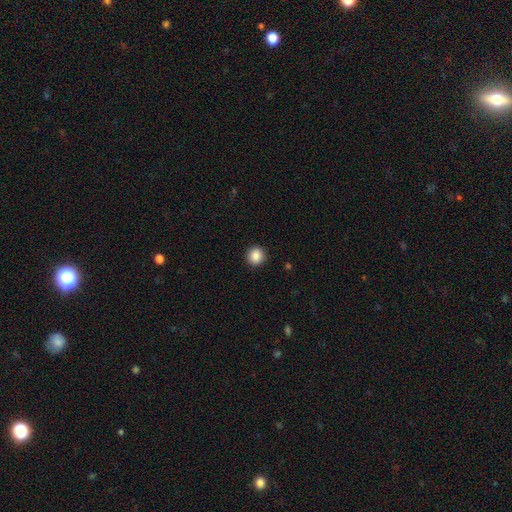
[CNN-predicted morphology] Overall: smooth (87%). How rounded: round (90%). Merging: none (92%).